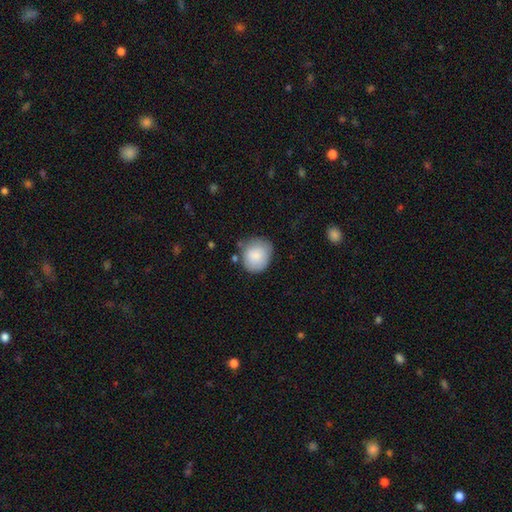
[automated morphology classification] Smooth or featured?
  - smooth: 85% *
  - featured or disk: 9%
  - star or artifact: 7%
How rounded?
  - round: 75% *
  - in between: 24%
  - cigar-shaped: 1%
Merging?
  - none: 67% *
  - minor disturbance: 23%
  - major disturbance: 5%
  - merger: 5%